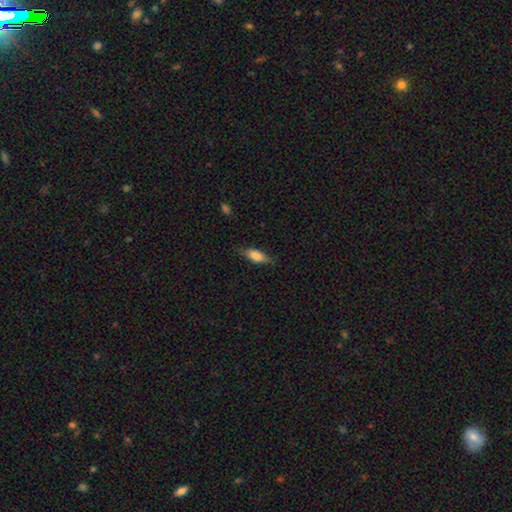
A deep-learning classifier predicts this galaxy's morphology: type=smooth (78%); roundness=in between (65%); merging=none (79%).